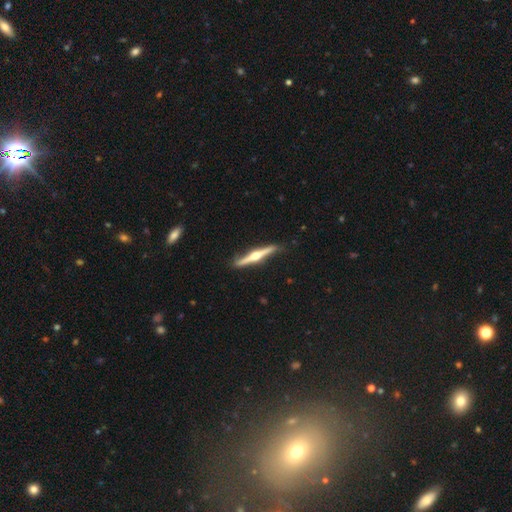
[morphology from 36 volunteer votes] type=featured or disk (89%); edge-on=yes (100%); edge-on bulge=rounded (97%); merging=none (81%).